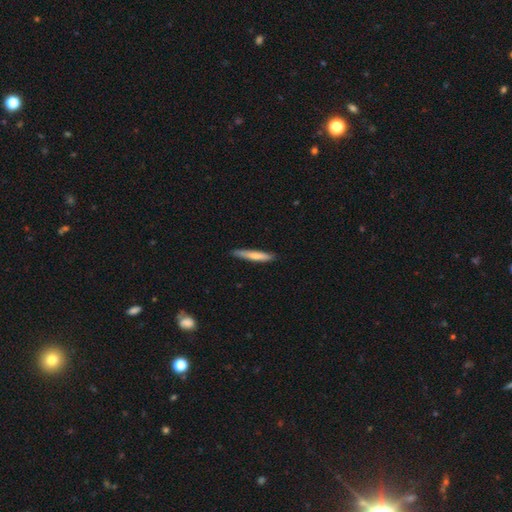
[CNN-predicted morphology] smooth-or-featured: smooth: 71% | featured or disk: 24% | star or artifact: 5%
  how-rounded: cigar-shaped: 93% | in between: 5% | round: 1%
  merging: none: 85% | minor disturbance: 12% | major disturbance: 2% | merger: 1%